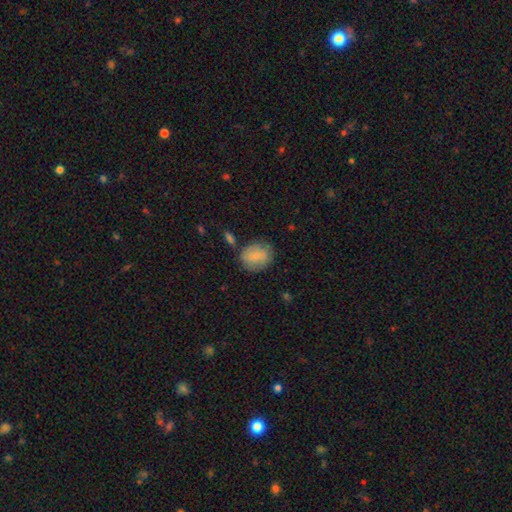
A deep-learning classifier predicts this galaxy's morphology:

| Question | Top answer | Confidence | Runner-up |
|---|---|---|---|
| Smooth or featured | smooth | 77% | featured or disk (16%) |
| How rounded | round | 63% | in between (36%) |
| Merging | none | 72% | minor disturbance (17%) |